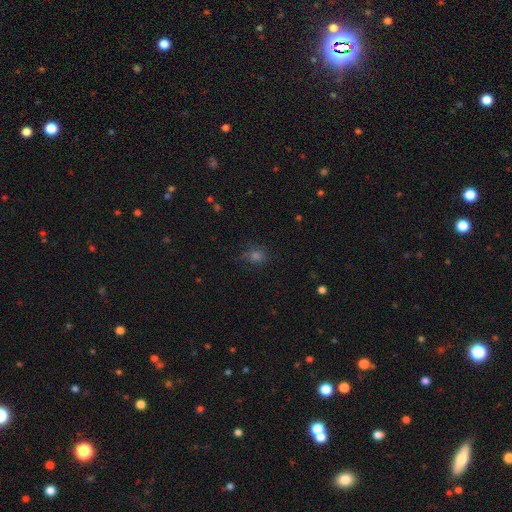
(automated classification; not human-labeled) smooth-or-featured: smooth: 62% | star or artifact: 29% | featured or disk: 8%
  how-rounded: round: 74% | in between: 24% | cigar-shaped: 1%
  merging: none: 75% | minor disturbance: 17% | major disturbance: 7% | merger: 2%